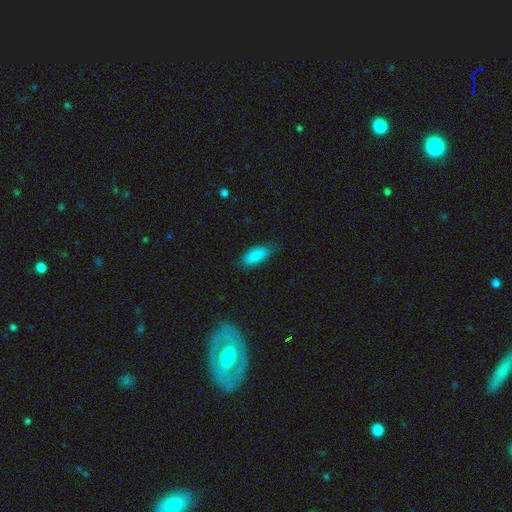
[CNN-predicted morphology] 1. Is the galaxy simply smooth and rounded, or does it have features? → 88% smooth, 7% star or artifact, 5% featured or disk.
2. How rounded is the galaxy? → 81% in between, 17% cigar-shaped, 2% round.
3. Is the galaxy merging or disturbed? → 82% none, 14% minor disturbance, 3% major disturbance, 1% merger.